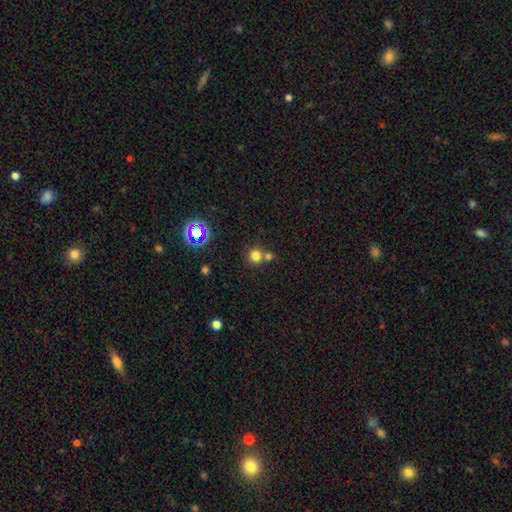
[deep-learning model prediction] smooth-or-featured: smooth: 76% | star or artifact: 16% | featured or disk: 7%
  how-rounded: round: 91% | in between: 8% | cigar-shaped: 1%
  merging: none: 60% | merger: 30% | minor disturbance: 7% | major disturbance: 3%